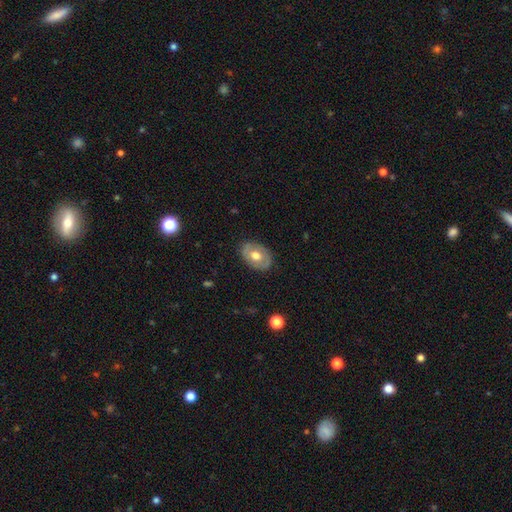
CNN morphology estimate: Smooth or featured: smooth — 51% (featured or disk — 43%)
How rounded: in between — 78% (round — 21%)
Merging: none — 82% (minor disturbance — 13%)